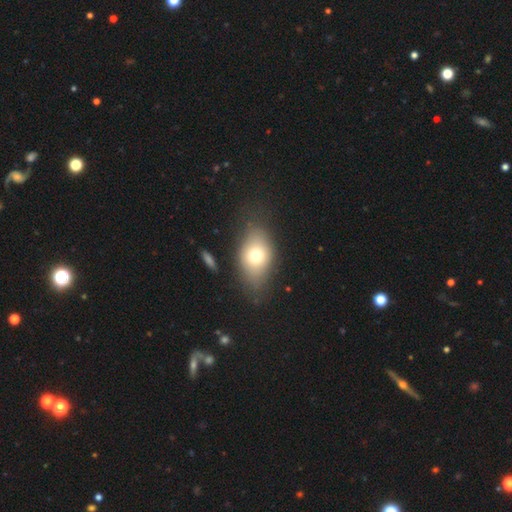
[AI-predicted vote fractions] Smooth or featured? smooth (69%)
How rounded? in between (78%)
Merging? none (70%)